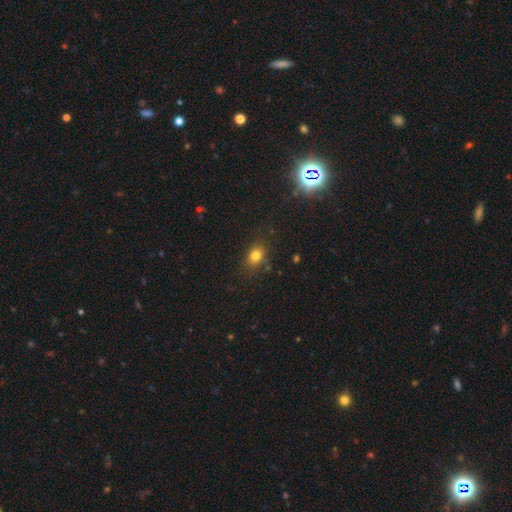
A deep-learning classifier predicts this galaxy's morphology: Smooth or featured? Predicted: smooth (p=0.78). How rounded? Predicted: in between (p=0.59). Merging? Predicted: none (p=0.80).